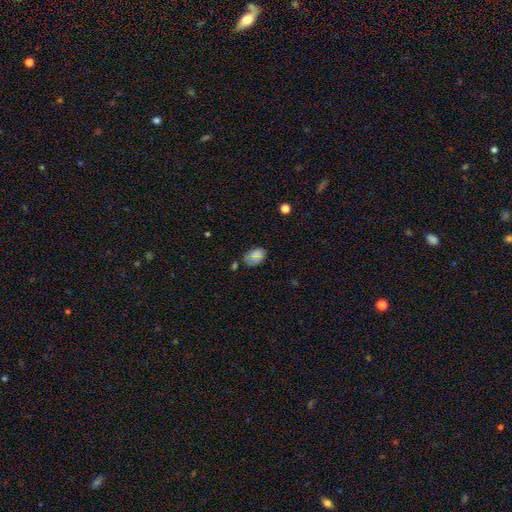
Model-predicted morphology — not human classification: The model was most divided on "smooth or featured": smooth: 66%, star or artifact: 22%, featured or disk: 12%. More confident: how rounded — in between (84%); merging — none (72%).